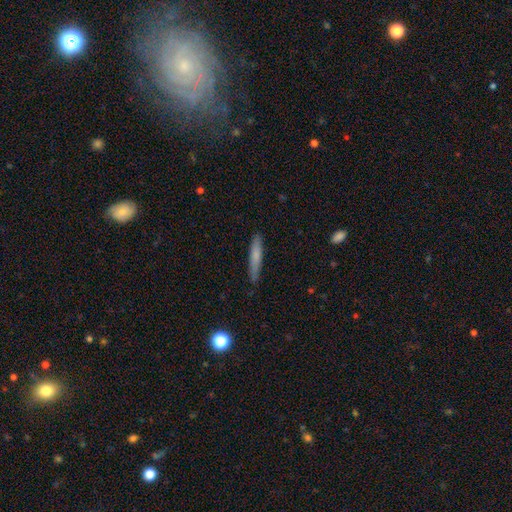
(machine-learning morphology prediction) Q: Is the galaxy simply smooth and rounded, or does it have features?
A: smooth — 69%.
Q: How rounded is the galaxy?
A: cigar-shaped — 93%.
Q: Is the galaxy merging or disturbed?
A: none — 84%.